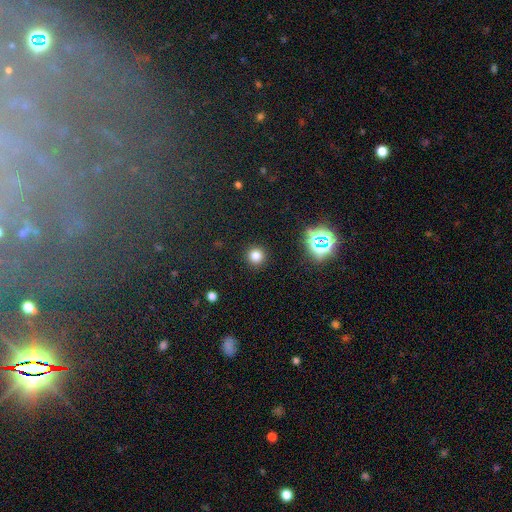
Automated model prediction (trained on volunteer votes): This appears to be a smooth galaxy with no disk features (77%) that is round (95%). Merging: none (91%).